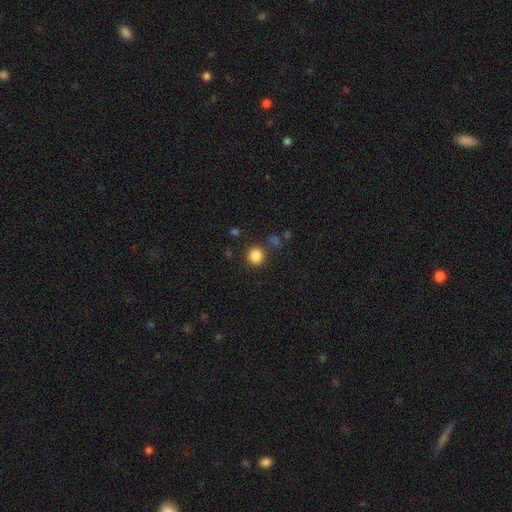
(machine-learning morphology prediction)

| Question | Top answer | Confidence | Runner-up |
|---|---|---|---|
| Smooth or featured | smooth | 86% | star or artifact (11%) |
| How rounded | round | 91% | in between (8%) |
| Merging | none | 84% | minor disturbance (8%) |